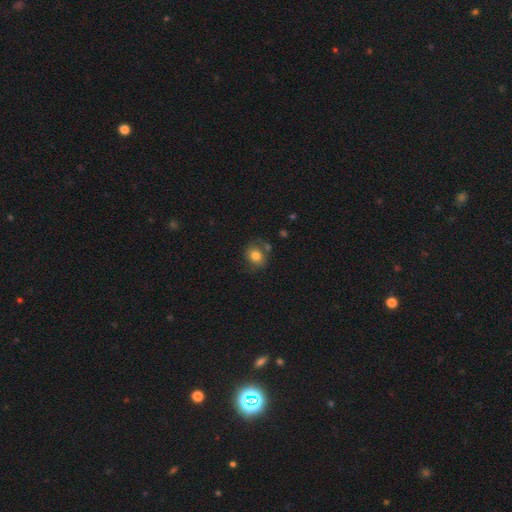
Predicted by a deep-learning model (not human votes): This appears to be a smooth galaxy with no disk features (79%) that is round (69%). Merging: none (67%).